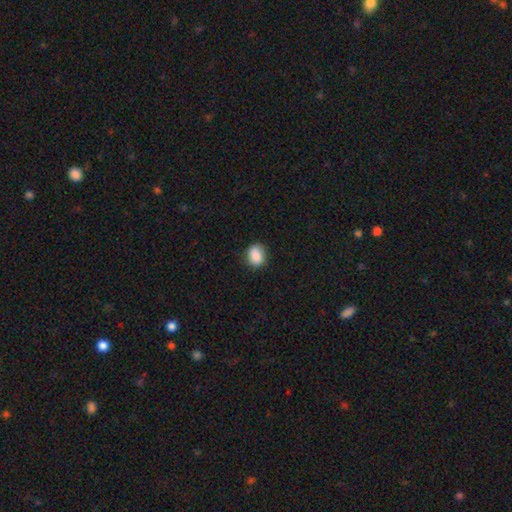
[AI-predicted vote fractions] Smooth or featured?
  - smooth: 88% *
  - star or artifact: 8%
  - featured or disk: 4%
How rounded?
  - in between: 54% *
  - round: 44%
  - cigar-shaped: 1%
Merging?
  - none: 79% *
  - minor disturbance: 16%
  - major disturbance: 3%
  - merger: 1%